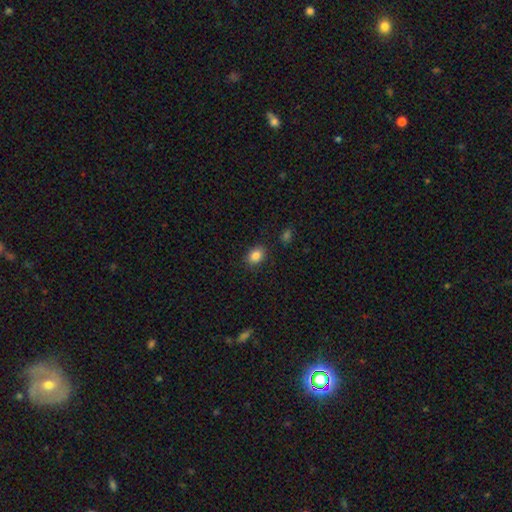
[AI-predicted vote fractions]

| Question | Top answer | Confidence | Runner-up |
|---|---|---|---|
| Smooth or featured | smooth | 85% | star or artifact (10%) |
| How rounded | in between | 67% | round (32%) |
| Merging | none | 86% | minor disturbance (9%) |